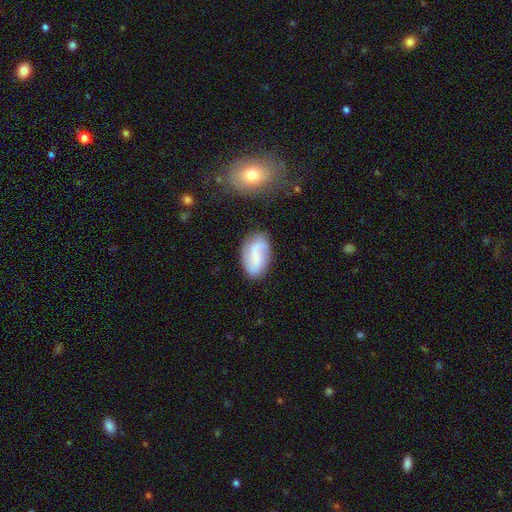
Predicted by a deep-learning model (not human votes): smooth-or-featured: featured or disk: 62% | smooth: 31% | star or artifact: 7%
  disk-edge-on: no: 97% | yes: 3%
    bar: weak: 47% | no: 32% | strong: 21%
    has-spiral-arms: yes: 91% | no: 9%
      spiral-winding: loose: 57% | medium: 31% | tight: 12%
      spiral-arm-count: 2: 86% | can't tell: 7% | 1: 3% | 3: 2% | 4: 1% | more than 4: 1%
    bulge-size: small: 48% | none: 31% | moderate: 17% | large: 2% | dominant: 1%
  merging: none: 77% | minor disturbance: 16% | major disturbance: 5% | merger: 3%